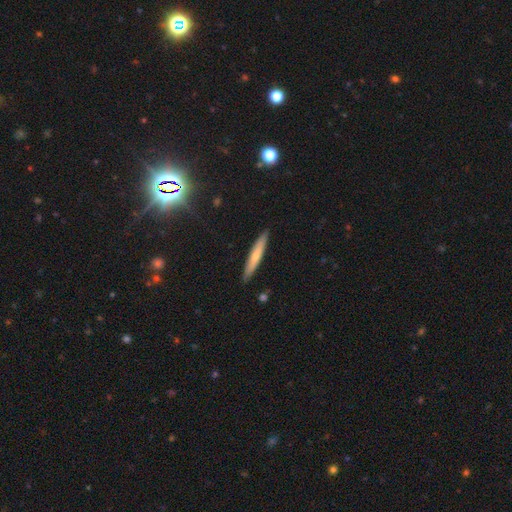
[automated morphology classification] This is likely a smooth galaxy (61%). How rounded: clearly cigar-shaped (94%). Merging: clearly none (90%).